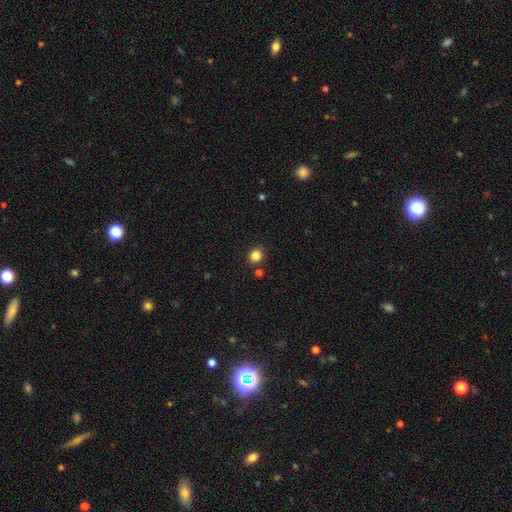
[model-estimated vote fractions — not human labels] This is clearly a smooth galaxy (83%). How rounded: clearly round (85%). Merging: clearly none (87%).